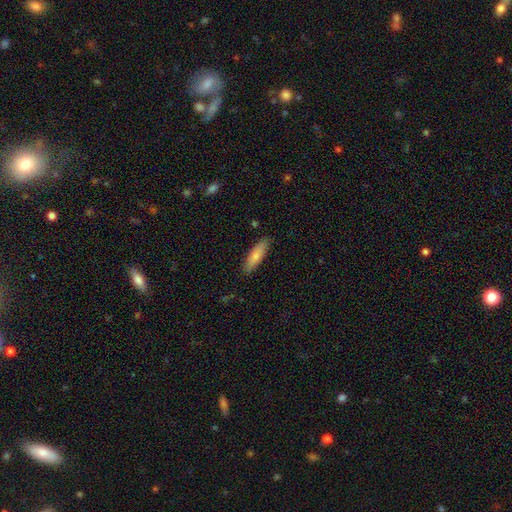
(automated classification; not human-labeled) smooth_or_featured: smooth (p=0.76) [alt: featured or disk p=0.18]
how_rounded: cigar-shaped (p=0.56) [alt: in between p=0.42]
merging: none (p=0.85) [alt: minor disturbance p=0.12]